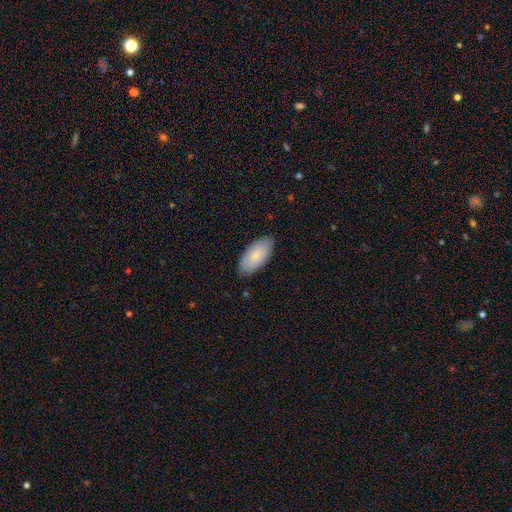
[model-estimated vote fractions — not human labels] Morphology: type=smooth (83%); roundness=in between (94%); merging=none (85%).